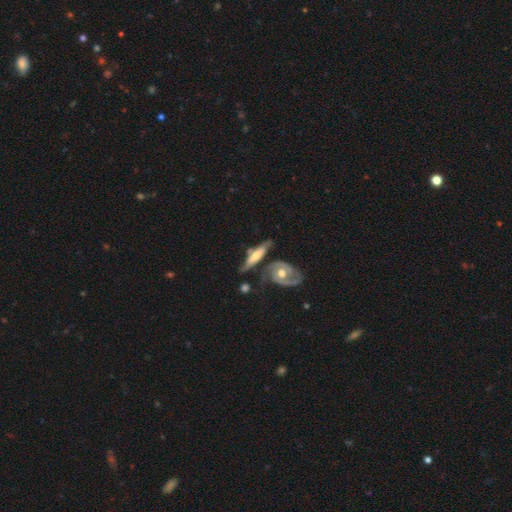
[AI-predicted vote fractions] Smooth or featured? Predicted: featured or disk (p=0.63). Edge-on disk? Predicted: no (p=0.55). Merging? Predicted: none (p=0.41).